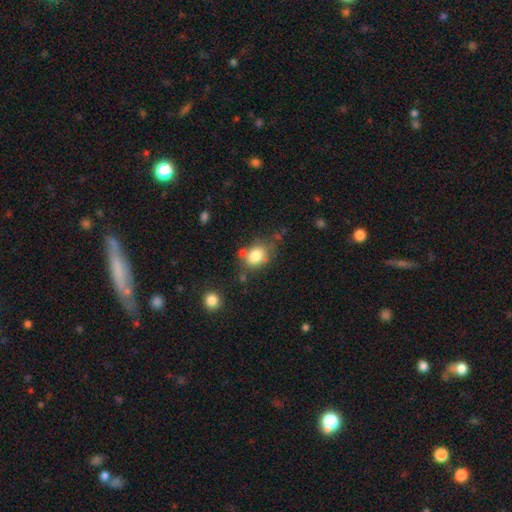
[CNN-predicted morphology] Smooth or featured? Predicted: smooth (p=0.81). How rounded? Predicted: in between (p=0.59). Merging? Predicted: none (p=0.61).